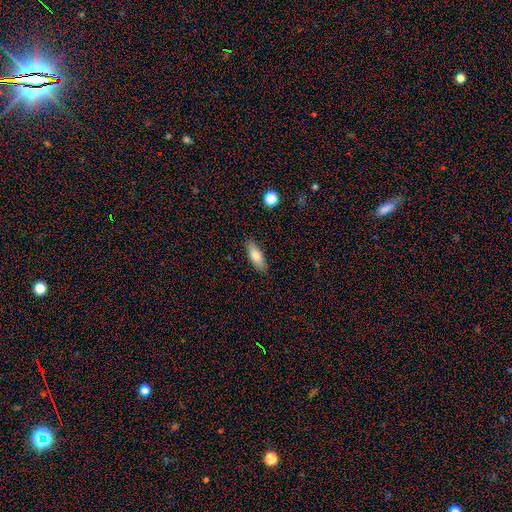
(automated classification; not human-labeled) This appears to be a smooth galaxy with no disk features (75%) that is in between round and cigar-shaped (70%). Merging: none (87%).